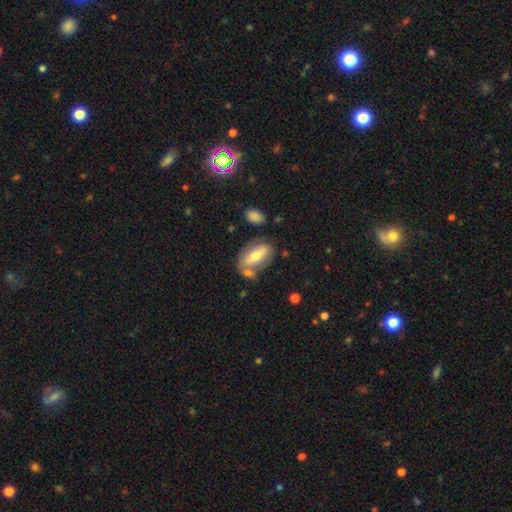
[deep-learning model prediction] Q: Smooth or featured?
A: smooth (55%); runner-up: featured or disk (39%)
Q: How rounded?
A: in between (82%); runner-up: cigar-shaped (13%)
Q: Merging?
A: none (57%); runner-up: merger (19%)